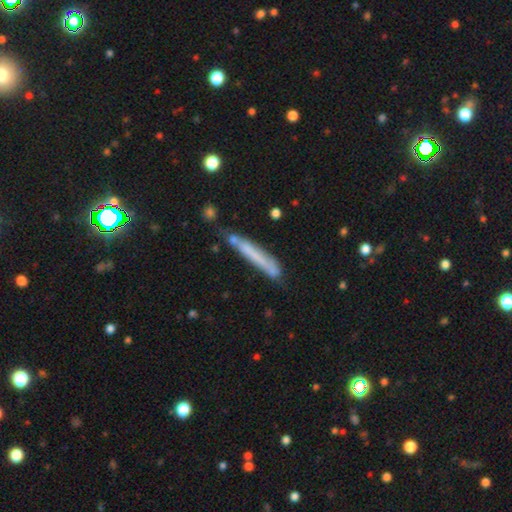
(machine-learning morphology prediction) Smooth or featured?
  - smooth: 61% *
  - featured or disk: 31%
  - star or artifact: 8%
How rounded?
  - cigar-shaped: 95% *
  - in between: 3%
  - round: 1%
Merging?
  - none: 67% *
  - minor disturbance: 21%
  - merger: 7%
  - major disturbance: 5%